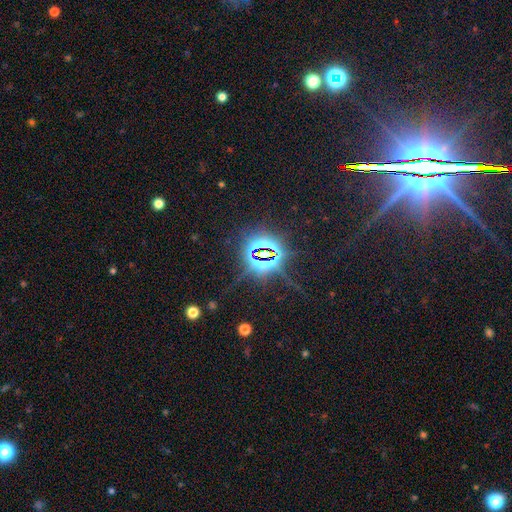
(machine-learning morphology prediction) The model was most divided on "smooth or featured": star or artifact: 83%, featured or disk: 9%, smooth: 9%.